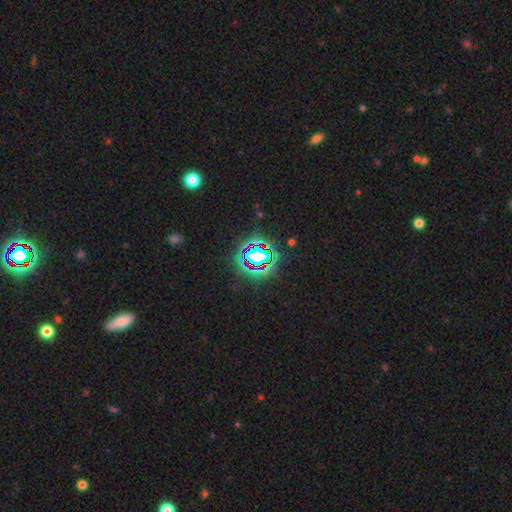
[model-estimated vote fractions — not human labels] star or artifact 76%, smooth 13%, featured or disk 11%.